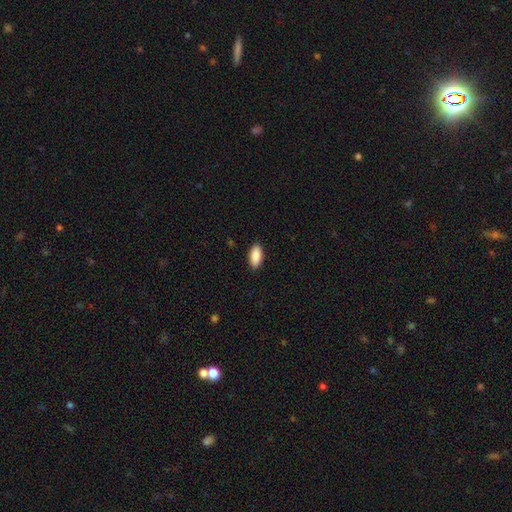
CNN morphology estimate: smooth_or_featured: smooth (p=0.90) [alt: star or artifact p=0.06]
how_rounded: in between (p=0.91) [alt: cigar-shaped p=0.07]
merging: none (p=0.89) [alt: minor disturbance p=0.08]